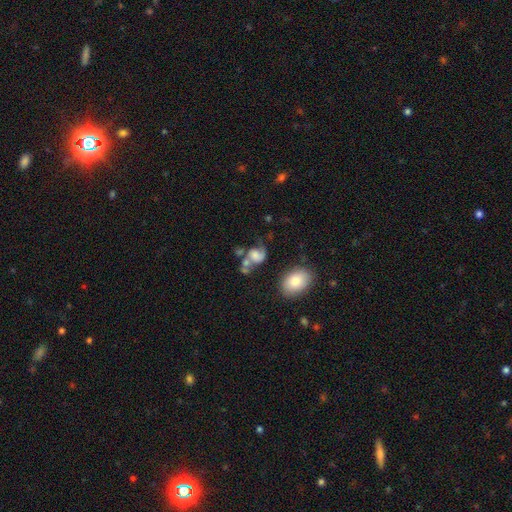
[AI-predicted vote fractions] Smooth or featured: smooth — 46% (featured or disk — 43%)
Merging: none — 31% (merger — 28%)